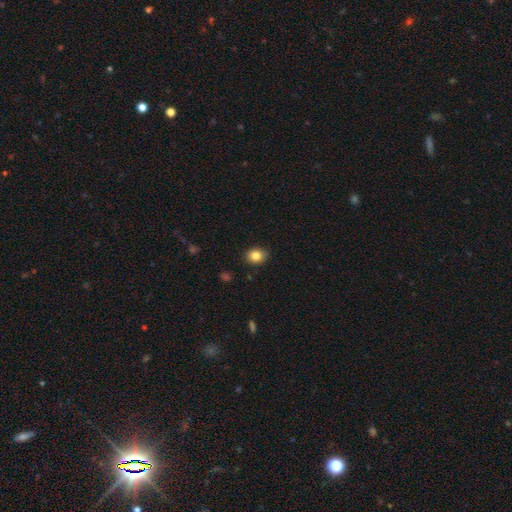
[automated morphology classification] Overall: smooth (85%). How rounded: round (57%; in between 42%). Merging: none (87%).